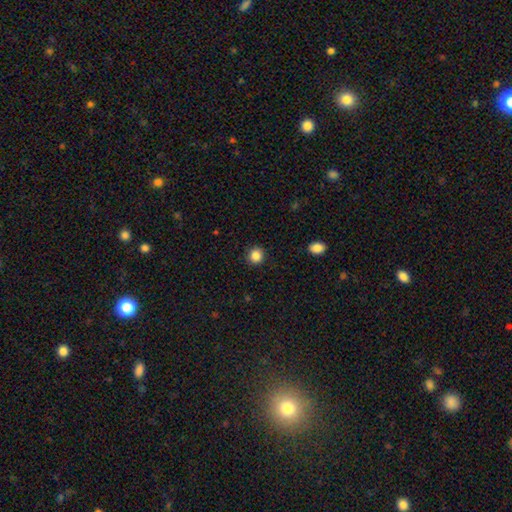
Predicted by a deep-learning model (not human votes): Q: Smooth or featured?
A: smooth (86%); runner-up: star or artifact (10%)
Q: How rounded?
A: round (91%); runner-up: in between (8%)
Q: Merging?
A: none (91%); runner-up: minor disturbance (6%)